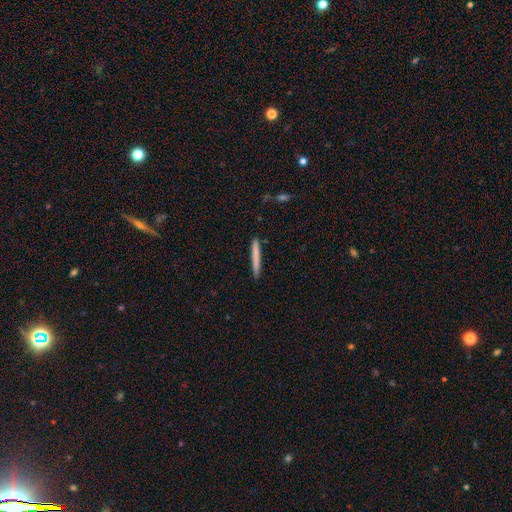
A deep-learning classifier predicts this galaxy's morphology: A smooth galaxy with no disk features (74%) that is cigar-shaped (97%). Merging: none (91%).